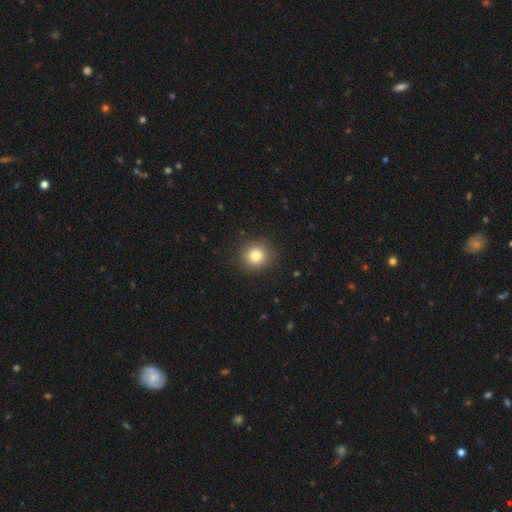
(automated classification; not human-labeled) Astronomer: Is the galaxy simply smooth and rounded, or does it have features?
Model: smooth — 81%.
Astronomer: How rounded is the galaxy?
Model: round — 91%.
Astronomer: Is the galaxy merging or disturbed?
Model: none — 91%.